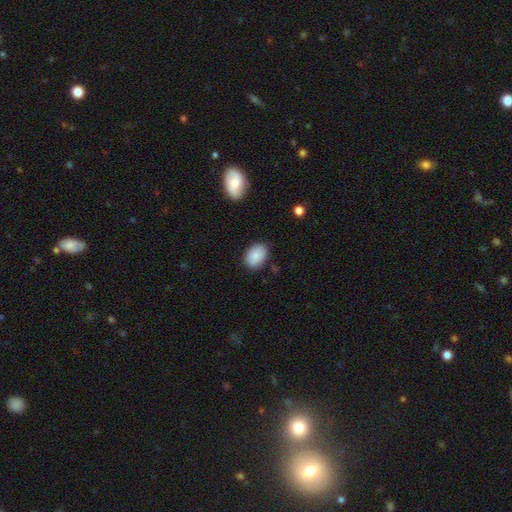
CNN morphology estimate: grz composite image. It shows a smooth galaxy with no disk features (88%) that is in between round and cigar-shaped (80%). Merging: none (82%).